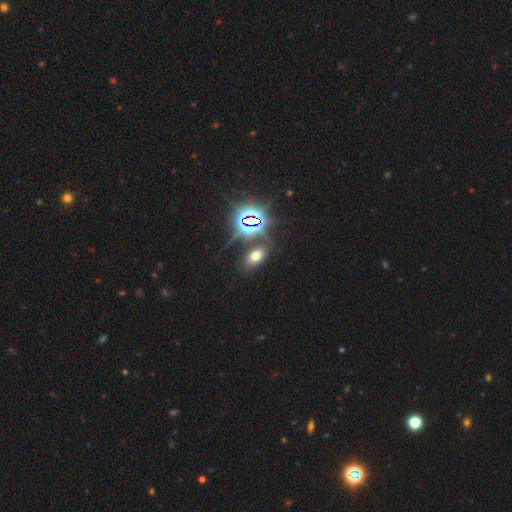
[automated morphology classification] A smooth galaxy with no disk features (51%) that is in between round and cigar-shaped (87%).

Vote fractions:
- Smooth or featured? smooth: 51% / star or artifact: 39% / featured or disk: 11%
- How rounded? in between: 87% / round: 10% / cigar-shaped: 3%
- Merging? none: 78% / minor disturbance: 11% / merger: 6% / major disturbance: 5%